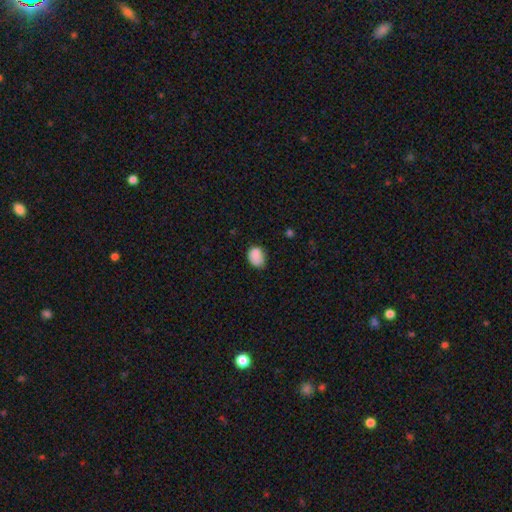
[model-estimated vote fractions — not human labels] Smooth or featured? Predicted: smooth (p=0.86). How rounded? Predicted: in between (p=0.64). Merging? Predicted: none (p=0.62).